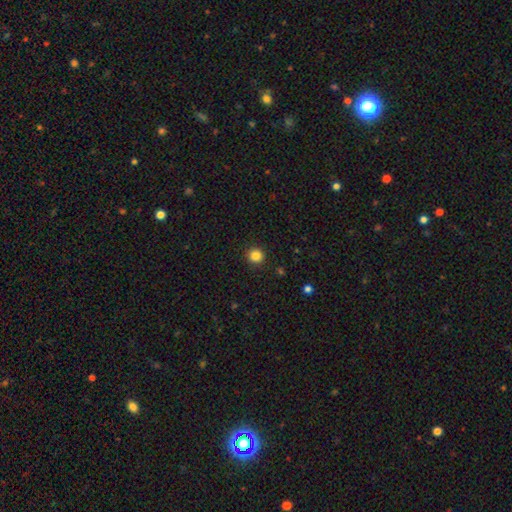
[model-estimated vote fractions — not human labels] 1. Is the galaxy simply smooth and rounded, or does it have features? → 84% smooth, 12% star or artifact, 4% featured or disk.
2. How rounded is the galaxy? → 94% round, 5% in between, 1% cigar-shaped.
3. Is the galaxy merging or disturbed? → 92% none, 5% minor disturbance, 2% major disturbance, 1% merger.